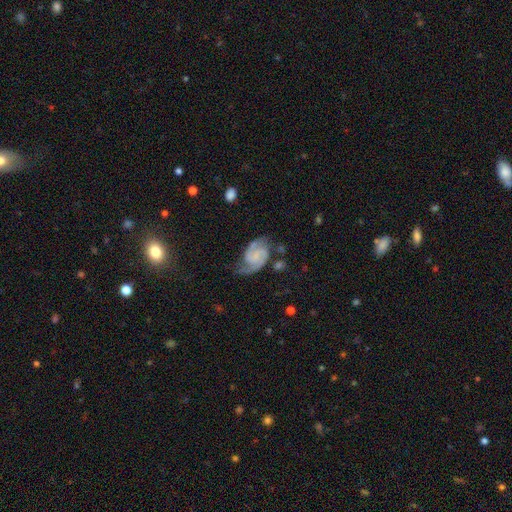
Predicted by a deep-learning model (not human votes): Smooth or featured?
  - featured or disk: 84% *
  - smooth: 10%
  - star or artifact: 6%
Edge-on disk?
  - no: 98% *
  - yes: 2%
Bar?
  - no: 49% *
  - weak: 39%
  - strong: 12%
Spiral arms?
  - yes: 97% *
  - no: 3%
Spiral winding?
  - medium: 50% *
  - tight: 33%
  - loose: 17%
Spiral arm count?
  - 2: 90% *
  - can't tell: 3%
  - 1: 2%
  - 3: 2%
  - 4: 1%
  - more than 4: 1%
Bulge size?
  - none: 52% *
  - small: 32%
  - moderate: 12%
  - large: 3%
  - dominant: 1%
Merging?
  - none: 62% *
  - minor disturbance: 22%
  - major disturbance: 12%
  - merger: 4%